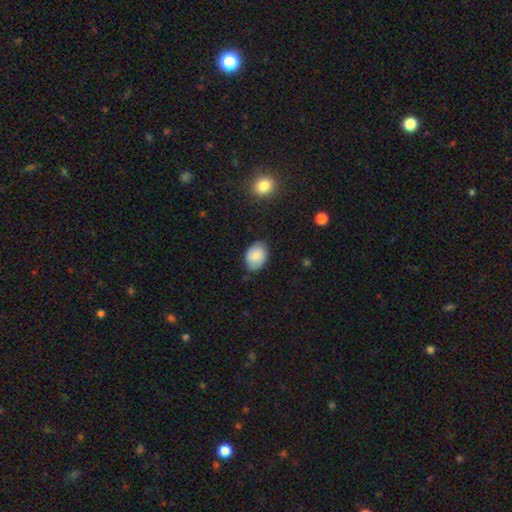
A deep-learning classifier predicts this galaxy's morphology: A smooth galaxy with no disk features (79%) that is in between round and cigar-shaped (73%).

Vote fractions:
- Smooth or featured? smooth: 79% / featured or disk: 13% / star or artifact: 7%
- How rounded? in between: 73% / round: 26% / cigar-shaped: 1%
- Merging? none: 75% / minor disturbance: 20% / major disturbance: 3% / merger: 2%